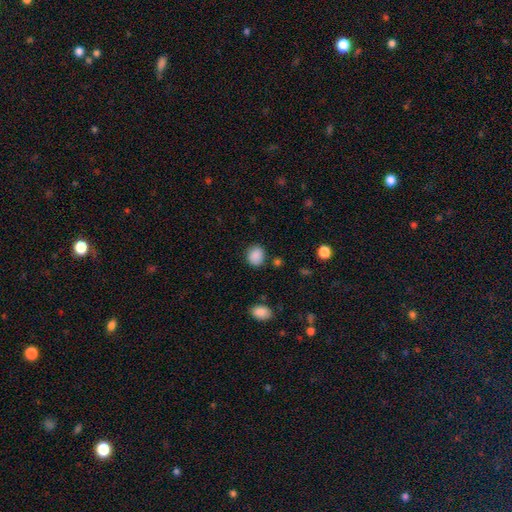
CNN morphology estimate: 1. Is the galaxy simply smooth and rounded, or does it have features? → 88% smooth, 9% star or artifact, 3% featured or disk.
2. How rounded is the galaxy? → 62% round, 37% in between, 1% cigar-shaped.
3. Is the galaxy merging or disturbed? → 83% none, 11% minor disturbance, 3% major disturbance, 2% merger.